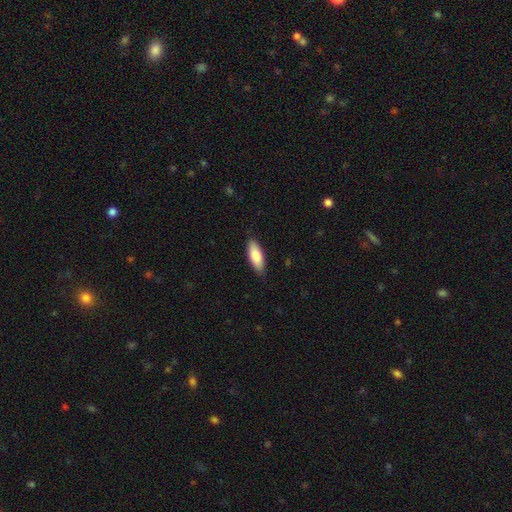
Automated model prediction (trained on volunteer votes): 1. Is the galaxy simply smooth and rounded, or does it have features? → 84% smooth, 11% featured or disk, 5% star or artifact.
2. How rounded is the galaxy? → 68% in between, 30% cigar-shaped, 2% round.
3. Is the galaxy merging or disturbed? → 87% none, 10% minor disturbance, 2% major disturbance, 1% merger.